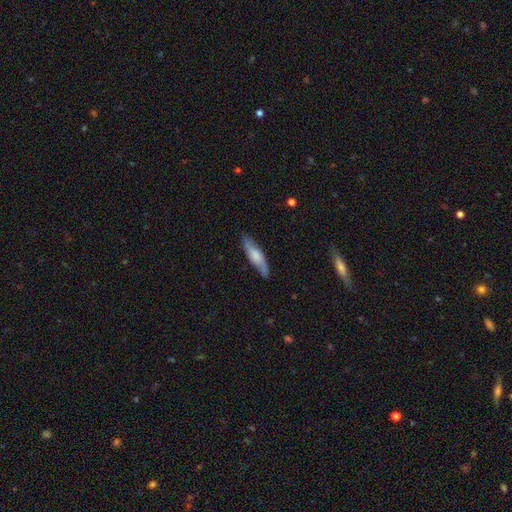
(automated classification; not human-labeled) The model was most divided on "smooth or featured": smooth: 59%, featured or disk: 35%, star or artifact: 6%. More confident: merging — none (80%); how rounded — cigar-shaped (69%).